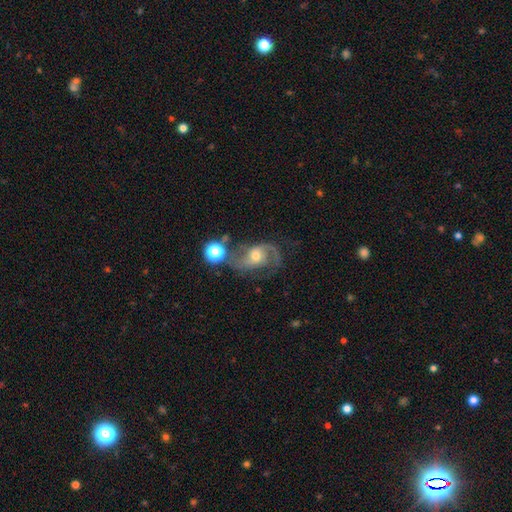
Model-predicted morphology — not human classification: smooth-or-featured: featured or disk: 83% | smooth: 8% | star or artifact: 8%
  disk-edge-on: no: 97% | yes: 3%
    bar: no: 55% | weak: 34% | strong: 10%
    has-spiral-arms: yes: 95% | no: 5%
      spiral-winding: medium: 47% | loose: 40% | tight: 13%
      spiral-arm-count: 2: 85% | 1: 5% | can't tell: 5% | 3: 3% | 4: 1% | more than 4: 1%
    bulge-size: moderate: 59% | small: 35% | large: 4% | none: 1% | dominant: 1%
  merging: none: 56% | minor disturbance: 18% | major disturbance: 15% | merger: 10%